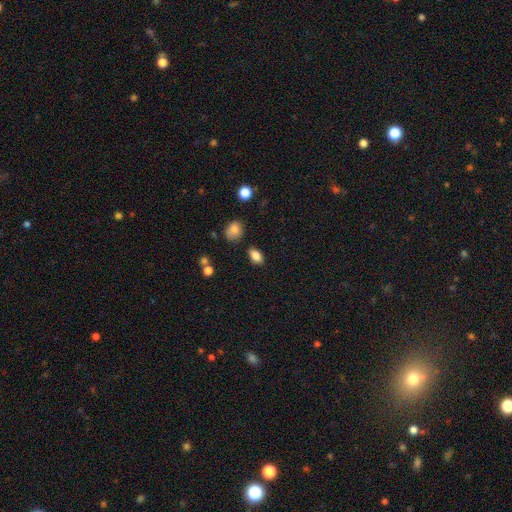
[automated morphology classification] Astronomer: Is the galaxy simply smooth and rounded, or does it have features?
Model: smooth — 84%.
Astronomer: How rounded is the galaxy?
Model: in between — 87%.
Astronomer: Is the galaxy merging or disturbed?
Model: none — 84%.